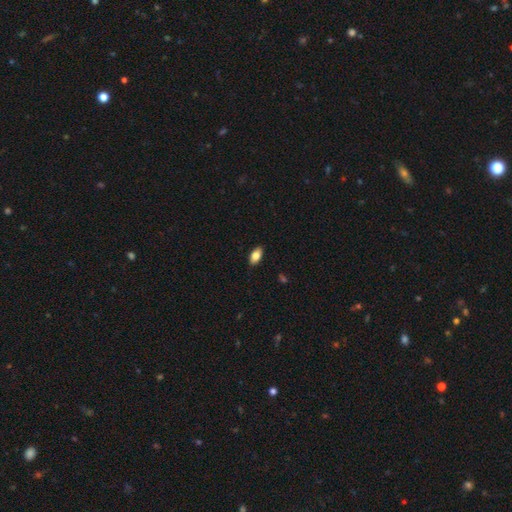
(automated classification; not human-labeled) This is clearly a smooth galaxy (82%). How rounded: clearly in between (92%). Merging: clearly none (89%).